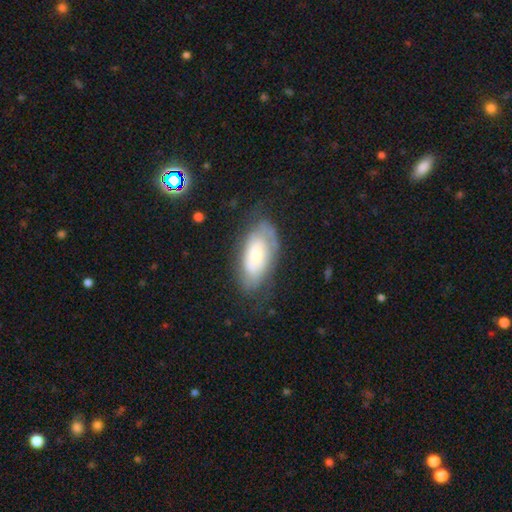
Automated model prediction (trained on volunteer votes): Smooth or featured? featured or disk (55%)
Edge-on disk? no (90%)
Merging? none (62%)